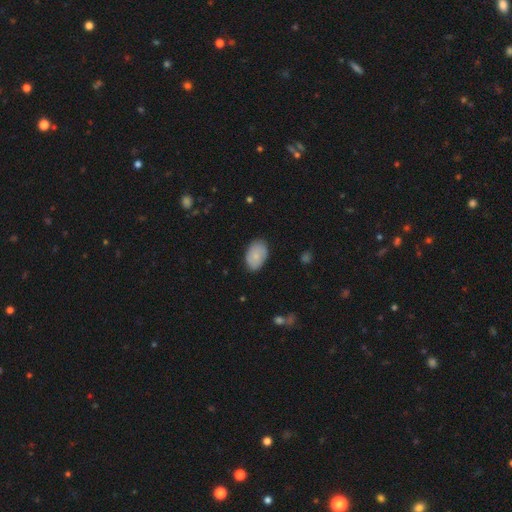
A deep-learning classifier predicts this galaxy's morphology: This is likely a smooth galaxy (79%). How rounded: clearly in between (89%). Merging: clearly none (82%).